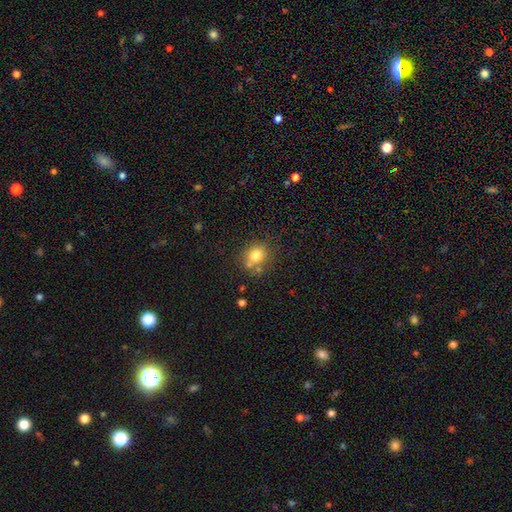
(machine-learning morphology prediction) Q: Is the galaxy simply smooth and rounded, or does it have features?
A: smooth — 78%.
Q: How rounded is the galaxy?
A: round — 72%.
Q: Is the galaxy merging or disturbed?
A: none — 65%.